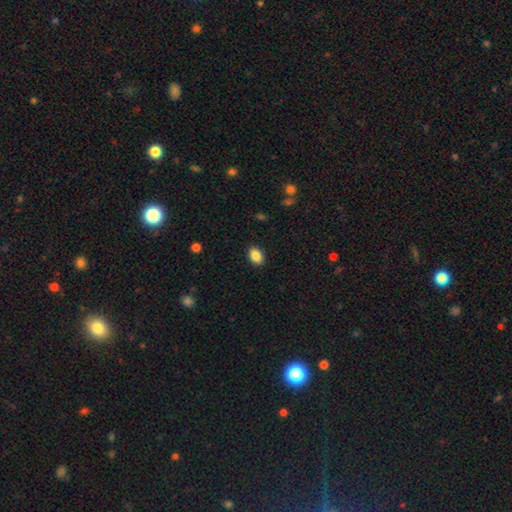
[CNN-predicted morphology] smooth-or-featured: smooth: 88% | star or artifact: 8% | featured or disk: 4%
  how-rounded: in between: 83% | round: 16% | cigar-shaped: 1%
  merging: none: 89% | minor disturbance: 8% | major disturbance: 2% | merger: 1%